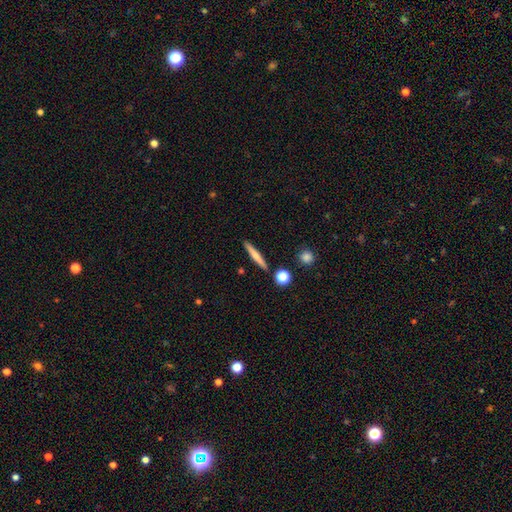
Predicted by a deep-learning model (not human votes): A smooth galaxy with no disk features (59%) that is cigar-shaped (92%).

Vote fractions:
- Smooth or featured? smooth: 59% / featured or disk: 34% / star or artifact: 6%
- How rounded? cigar-shaped: 92% / in between: 5% / round: 3%
- Merging? none: 89% / minor disturbance: 6% / merger: 3% / major disturbance: 2%